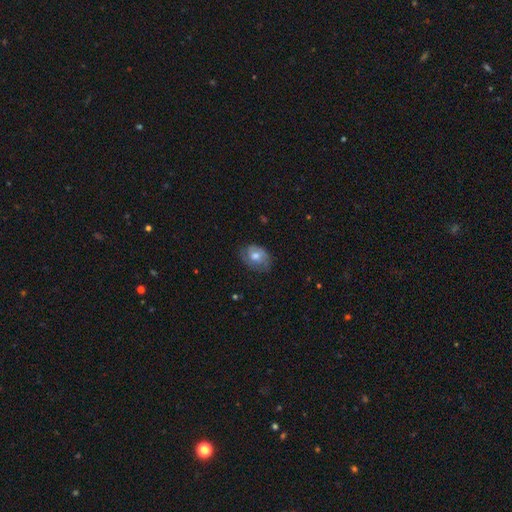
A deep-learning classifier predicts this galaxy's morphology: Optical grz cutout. It shows a smooth galaxy with no disk features (52%) that is in between round and cigar-shaped (68%). Merging: none (69%).